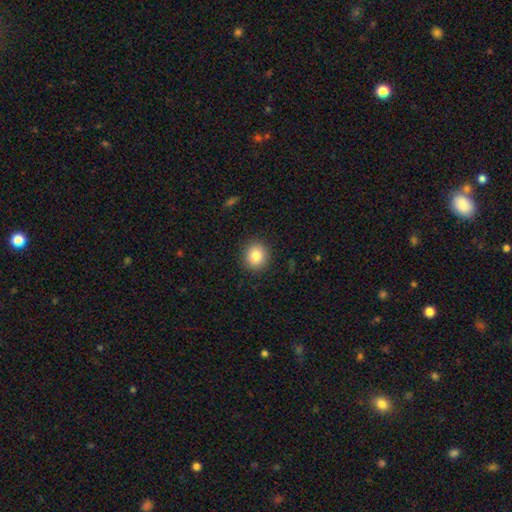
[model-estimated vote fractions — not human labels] Smooth or featured? Predicted: smooth (p=0.86). How rounded? Predicted: round (p=0.86). Merging? Predicted: none (p=0.90).